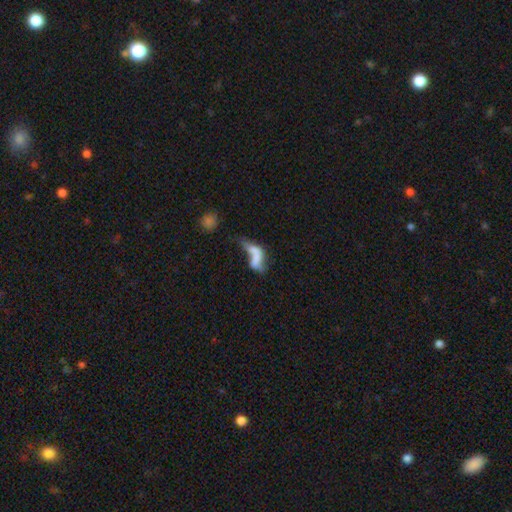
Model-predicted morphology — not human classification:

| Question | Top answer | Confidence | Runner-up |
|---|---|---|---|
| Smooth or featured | smooth | 48% | featured or disk (40%) |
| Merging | merger | 42% | major disturbance (30%) |